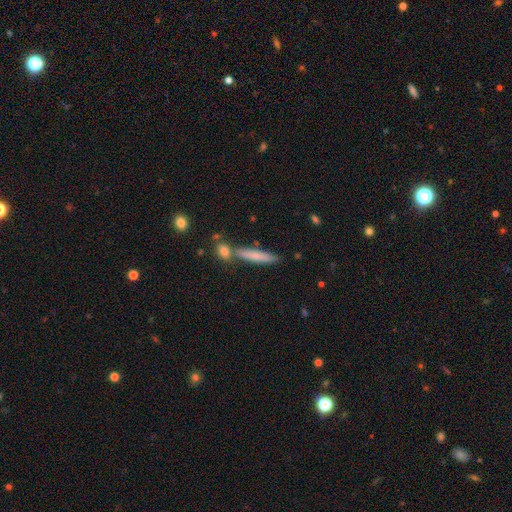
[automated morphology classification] This is likely a smooth galaxy (74%). How rounded: clearly cigar-shaped (89%). Merging: likely none (72%).